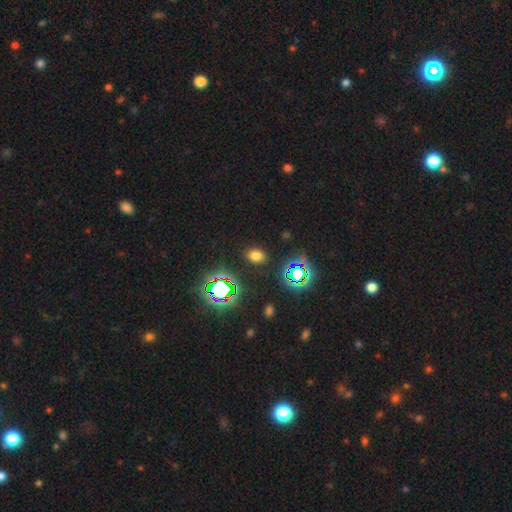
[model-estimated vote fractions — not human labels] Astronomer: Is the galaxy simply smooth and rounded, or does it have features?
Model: smooth — 66%.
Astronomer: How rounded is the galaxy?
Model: in between — 64%.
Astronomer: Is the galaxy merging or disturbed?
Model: none — 88%.